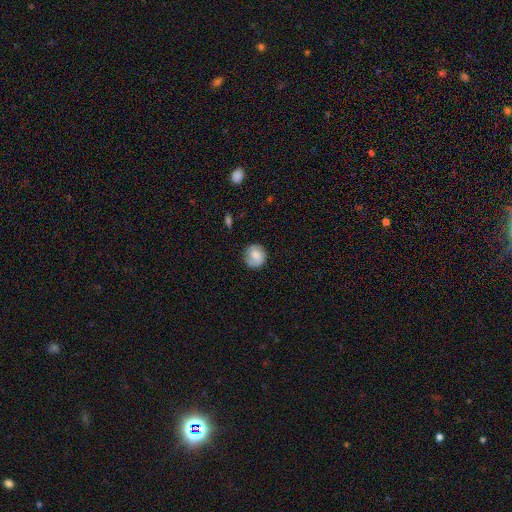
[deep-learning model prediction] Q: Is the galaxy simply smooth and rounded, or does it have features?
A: smooth — 71%.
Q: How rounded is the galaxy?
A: round — 88%.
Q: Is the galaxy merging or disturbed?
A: none — 80%.